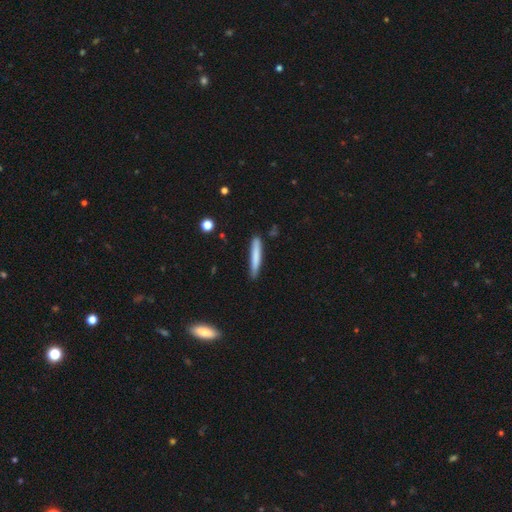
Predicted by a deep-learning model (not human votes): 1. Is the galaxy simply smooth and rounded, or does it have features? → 75% smooth, 19% featured or disk, 6% star or artifact.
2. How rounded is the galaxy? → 95% cigar-shaped, 4% in between, 1% round.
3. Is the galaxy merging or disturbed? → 84% none, 12% minor disturbance, 2% major disturbance, 2% merger.